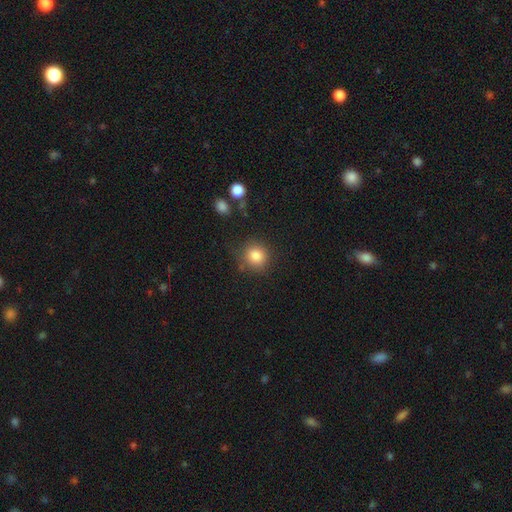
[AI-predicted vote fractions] Smooth or featured? Predicted: smooth (p=0.85). How rounded? Predicted: round (p=0.84). Merging? Predicted: none (p=0.78).